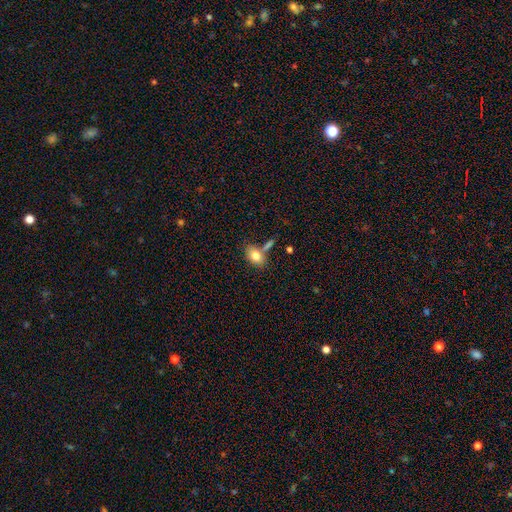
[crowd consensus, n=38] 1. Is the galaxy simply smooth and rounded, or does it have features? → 84% smooth, 13% featured or disk, 3% star or artifact.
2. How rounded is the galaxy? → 88% in between, 9% round, 3% cigar-shaped.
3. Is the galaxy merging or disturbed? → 65% none, 19% minor disturbance, 11% merger, 5% major disturbance.